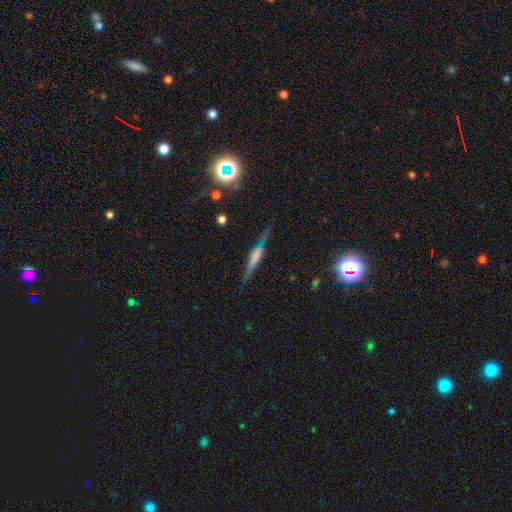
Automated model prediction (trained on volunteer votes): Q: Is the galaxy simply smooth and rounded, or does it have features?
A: featured or disk — 71%.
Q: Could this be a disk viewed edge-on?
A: yes — 96%.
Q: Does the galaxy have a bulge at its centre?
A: boxy — 45%.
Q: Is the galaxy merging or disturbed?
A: none — 78%.